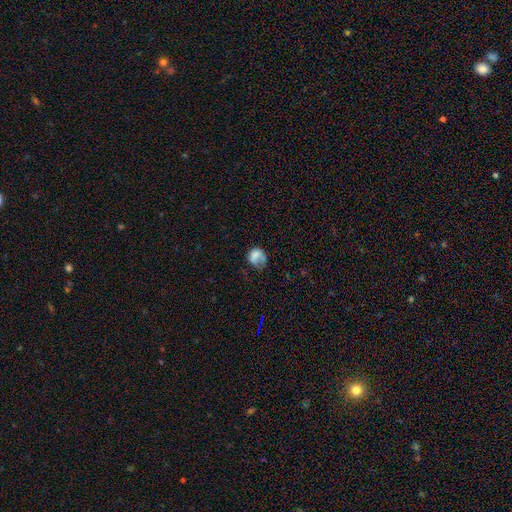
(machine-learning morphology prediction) Smooth or featured? Predicted: smooth (p=0.69). How rounded? Predicted: round (p=0.55). Merging? Predicted: none (p=0.33).